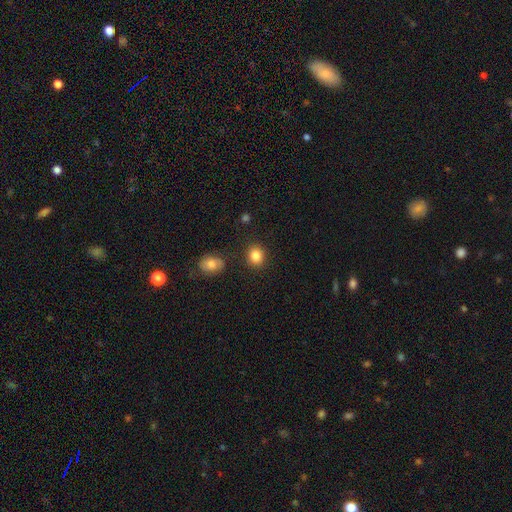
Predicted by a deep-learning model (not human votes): smooth-or-featured: smooth: 85% | star or artifact: 10% | featured or disk: 5%
  how-rounded: round: 71% | in between: 28% | cigar-shaped: 1%
  merging: none: 86% | minor disturbance: 8% | merger: 3% | major disturbance: 3%